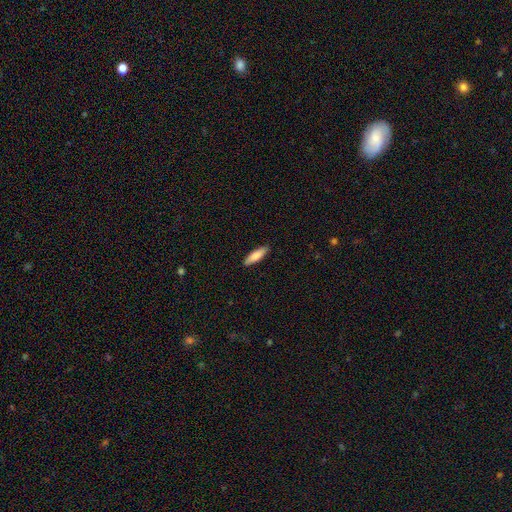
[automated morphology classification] Smooth or featured: smooth — 82% (featured or disk — 12%)
How rounded: cigar-shaped — 63% (in between — 35%)
Merging: none — 89% (minor disturbance — 8%)